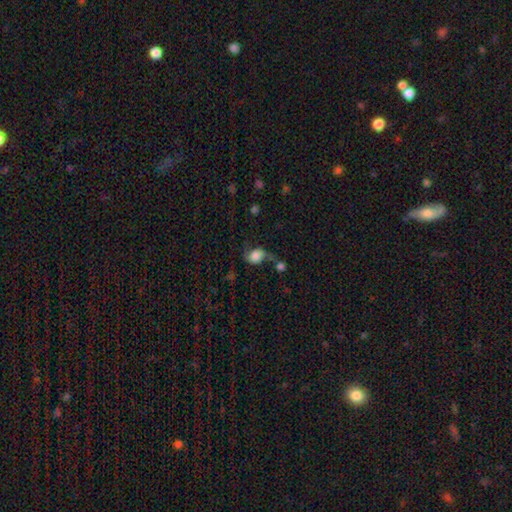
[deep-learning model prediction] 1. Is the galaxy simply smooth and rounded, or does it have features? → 49% smooth, 39% featured or disk, 11% star or artifact.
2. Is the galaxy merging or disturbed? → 33% none, 26% merger, 22% major disturbance, 20% minor disturbance.